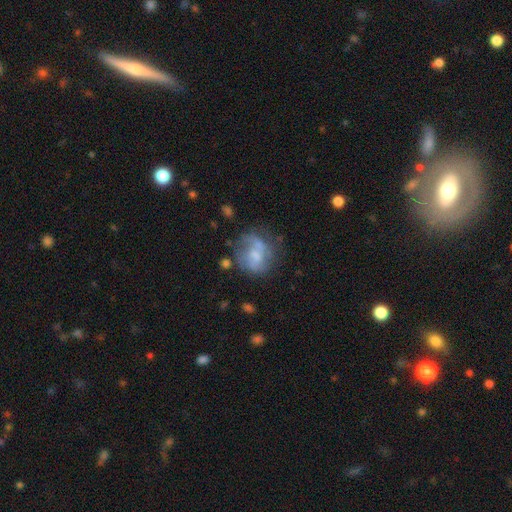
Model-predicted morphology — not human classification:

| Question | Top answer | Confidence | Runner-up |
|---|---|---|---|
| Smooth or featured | featured or disk | 49% | smooth (41%) |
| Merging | none | 41% | major disturbance (25%) |